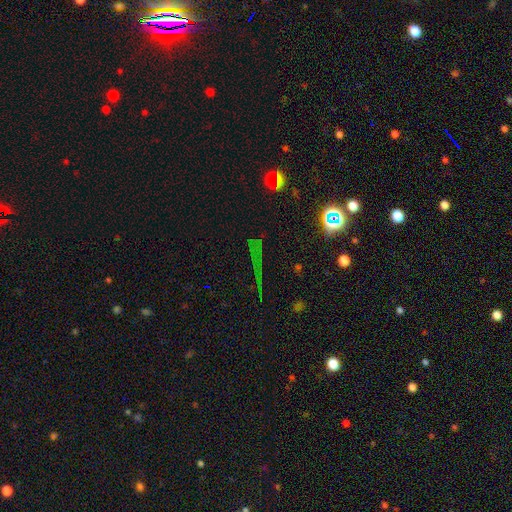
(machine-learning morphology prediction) smooth-or-featured: star or artifact: 64% | smooth: 21% | featured or disk: 15%